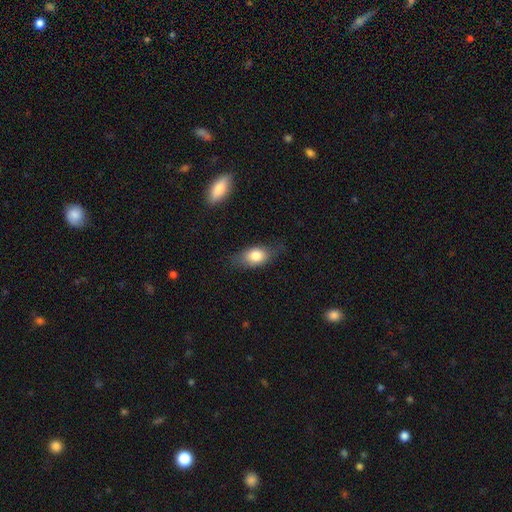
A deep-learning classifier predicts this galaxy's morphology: Smooth or featured?
  - smooth: 77% *
  - featured or disk: 15%
  - star or artifact: 8%
How rounded?
  - in between: 80% *
  - round: 14%
  - cigar-shaped: 6%
Merging?
  - none: 69% *
  - minor disturbance: 23%
  - major disturbance: 7%
  - merger: 2%